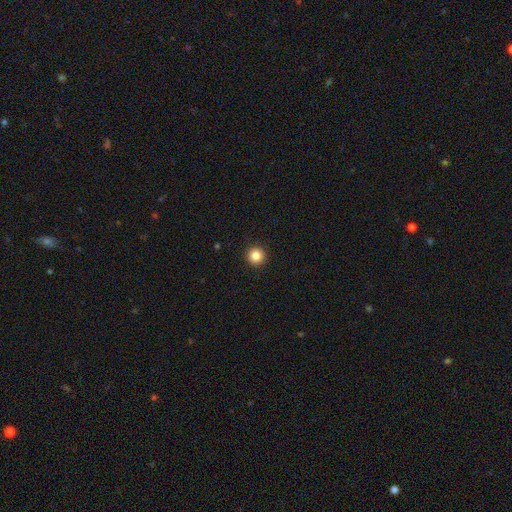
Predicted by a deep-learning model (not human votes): Q: Smooth or featured?
A: smooth (86%); runner-up: star or artifact (11%)
Q: How rounded?
A: round (96%); runner-up: in between (3%)
Q: Merging?
A: none (94%); runner-up: minor disturbance (4%)